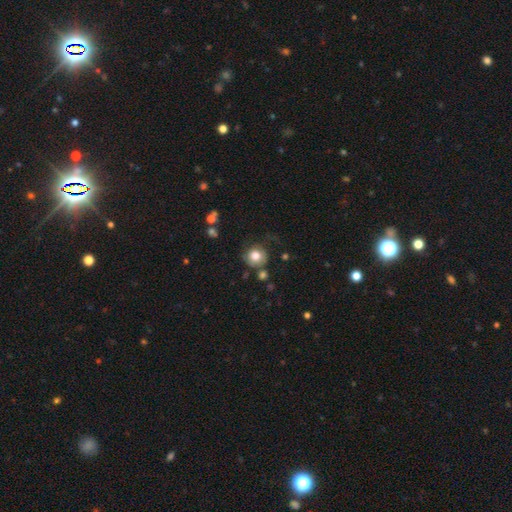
Smooth or featured: smooth — 72% (featured or disk — 26%)
How rounded: round — 93% (in between — 7%)
Merging: none — 68% (minor disturbance — 26%)